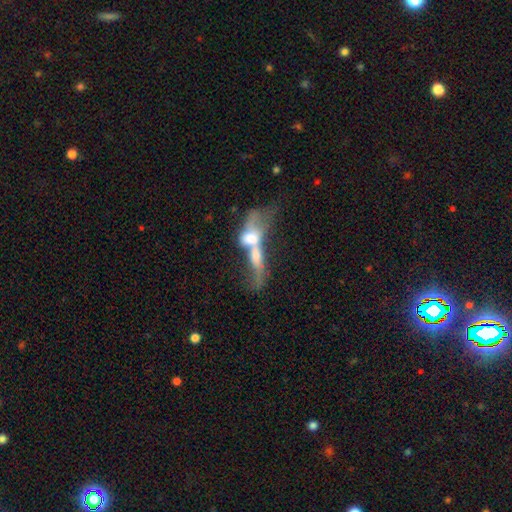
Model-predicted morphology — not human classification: type=featured or disk (46%); merging=merger (80%).